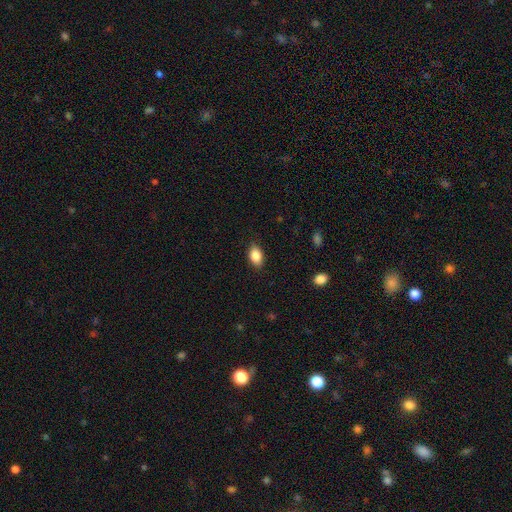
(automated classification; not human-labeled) A smooth galaxy with no disk features (86%) that is in between round and cigar-shaped (88%).

Vote fractions:
- Smooth or featured? smooth: 86% / star or artifact: 8% / featured or disk: 6%
- How rounded? in between: 88% / round: 11% / cigar-shaped: 2%
- Merging? none: 87% / minor disturbance: 10% / major disturbance: 2% / merger: 1%